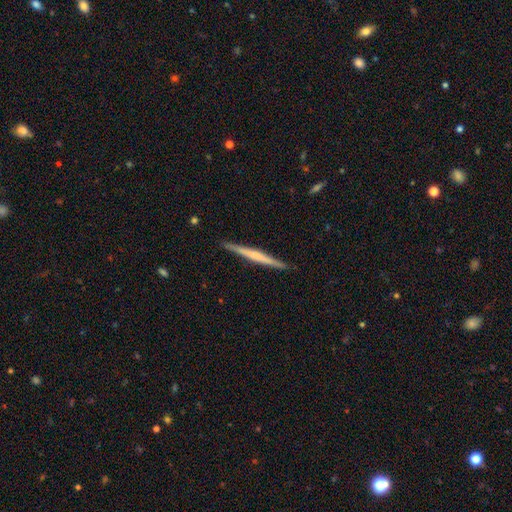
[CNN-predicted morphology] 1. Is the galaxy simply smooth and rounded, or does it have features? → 59% featured or disk, 36% smooth, 5% star or artifact.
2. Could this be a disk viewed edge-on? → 98% yes, 2% no.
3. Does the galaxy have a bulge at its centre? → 57% none, 28% rounded, 15% boxy.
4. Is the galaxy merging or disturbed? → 91% none, 6% minor disturbance, 1% major disturbance, 1% merger.